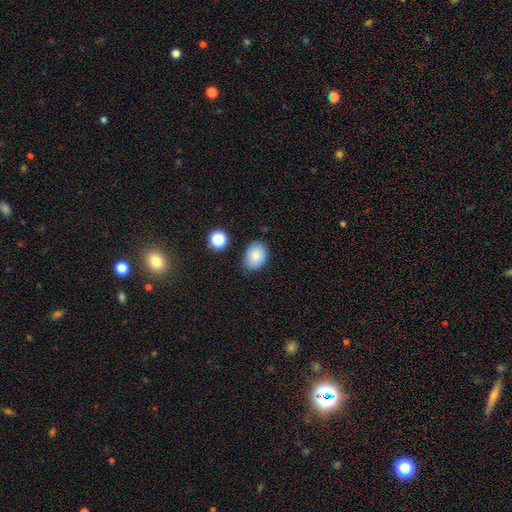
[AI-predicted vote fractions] Smooth or featured? Predicted: smooth (p=0.83). How rounded? Predicted: in between (p=0.72). Merging? Predicted: none (p=0.77).